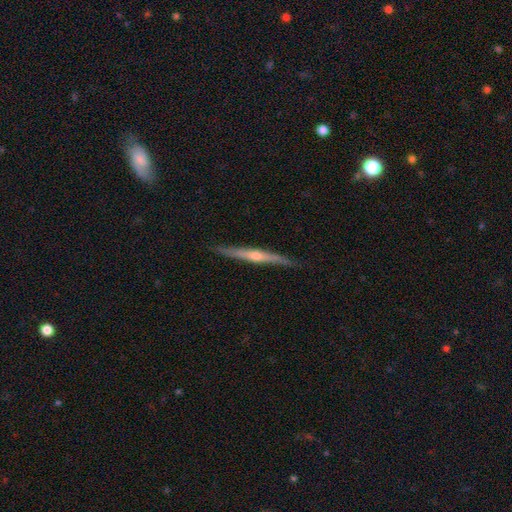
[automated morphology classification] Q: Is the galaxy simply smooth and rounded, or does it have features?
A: featured or disk — 73%.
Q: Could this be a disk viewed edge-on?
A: yes — 97%.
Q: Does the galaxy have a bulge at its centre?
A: rounded — 76%.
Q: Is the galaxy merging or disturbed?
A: none — 88%.